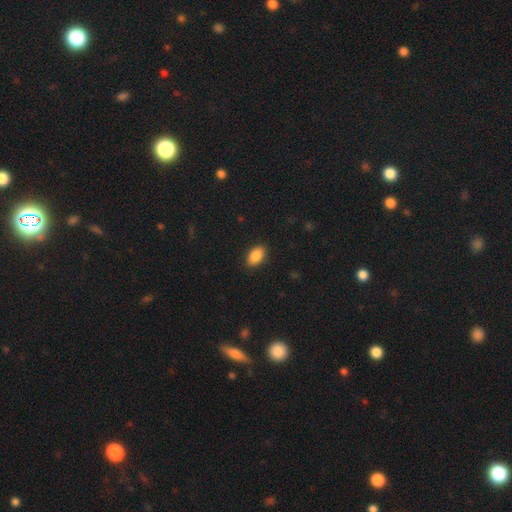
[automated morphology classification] Overall: smooth (87%). How rounded: in between (91%). Merging: none (89%).